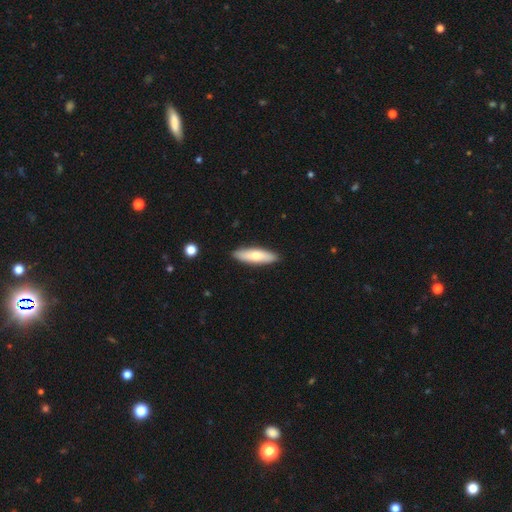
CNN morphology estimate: Smooth or featured: smooth — 69% (featured or disk — 26%)
How rounded: cigar-shaped — 57% (in between — 41%)
Merging: none — 89% (minor disturbance — 8%)